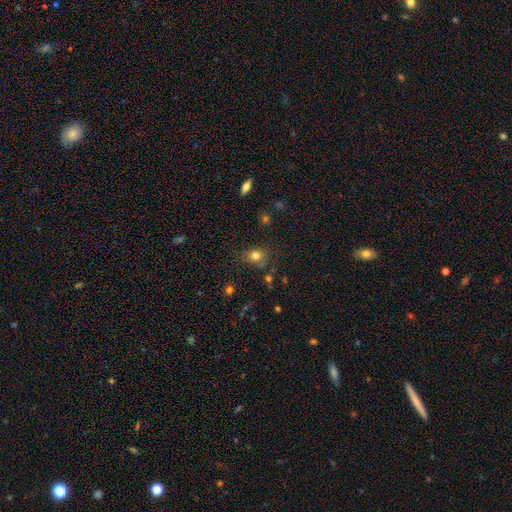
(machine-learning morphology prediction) This is likely a smooth galaxy (78%). How rounded: possibly round (54%). Merging: likely none (68%).